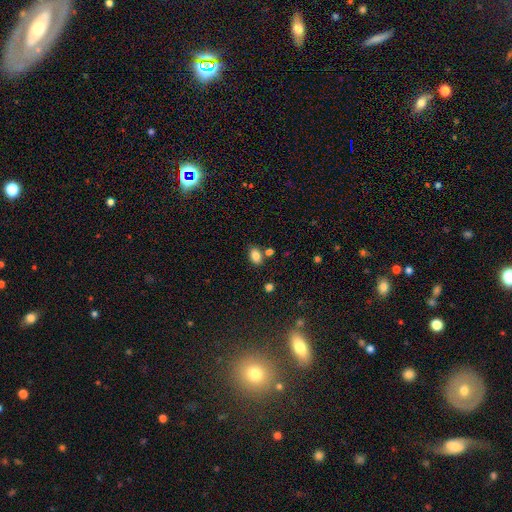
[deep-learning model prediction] Smooth or featured: smooth — 83% (star or artifact — 10%)
How rounded: in between — 87% (round — 12%)
Merging: none — 73% (minor disturbance — 12%)